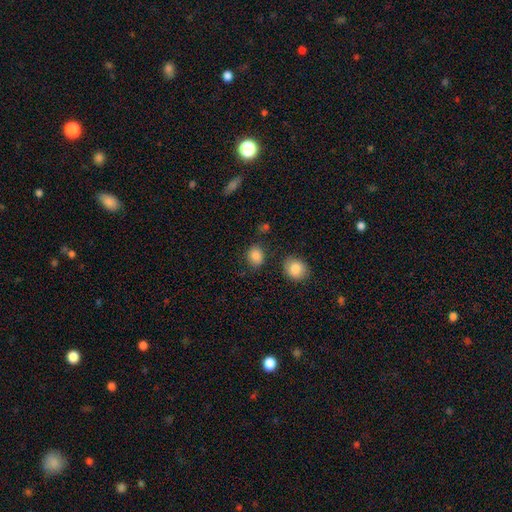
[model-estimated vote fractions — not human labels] This appears to be a smooth galaxy with no disk features (85%) that is round (50%). Merging: none (81%).